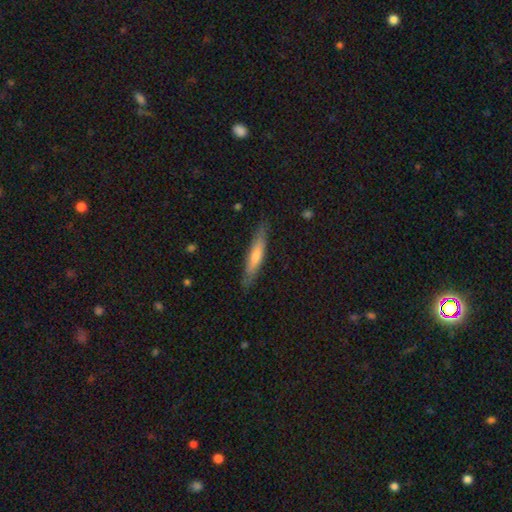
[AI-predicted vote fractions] A smooth galaxy with no disk features (48%). Merging: none (87%).